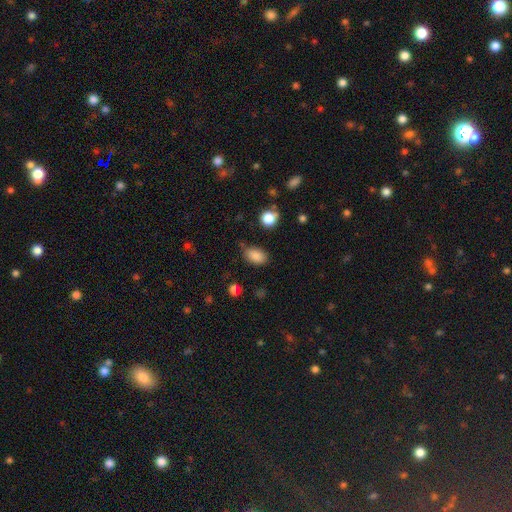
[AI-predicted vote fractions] Morphology: type=smooth (85%); roundness=in between (87%); merging=none (71%).